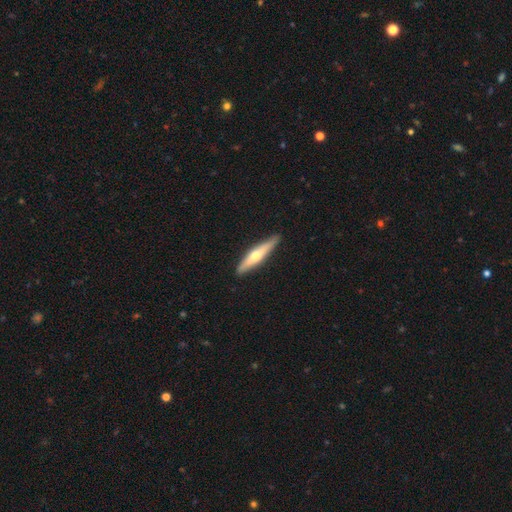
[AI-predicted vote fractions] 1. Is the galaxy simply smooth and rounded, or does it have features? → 53% featured or disk, 42% smooth, 5% star or artifact.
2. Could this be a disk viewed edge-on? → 93% yes, 7% no.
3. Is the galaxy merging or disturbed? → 88% none, 9% minor disturbance, 2% major disturbance, 1% merger.